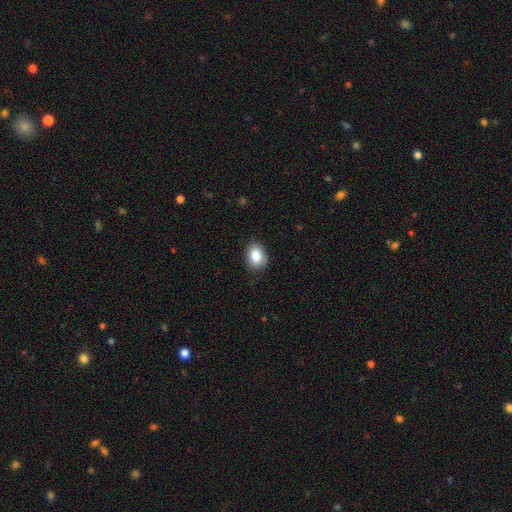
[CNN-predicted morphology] A smooth galaxy with no disk features (85%) that is in between round and cigar-shaped (73%).

Vote fractions:
- Smooth or featured? smooth: 85% / star or artifact: 8% / featured or disk: 6%
- How rounded? in between: 73% / round: 26% / cigar-shaped: 1%
- Merging? none: 84% / minor disturbance: 12% / major disturbance: 2% / merger: 1%